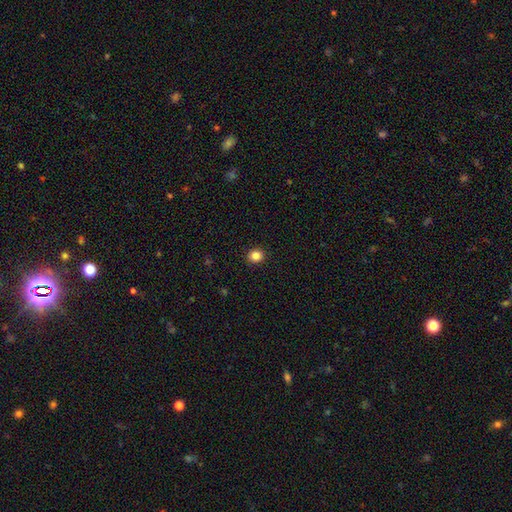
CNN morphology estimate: smooth 84%, star or artifact 11%, featured or disk 5%. Down the decision tree: how rounded — round (87%); merging — none (92%).